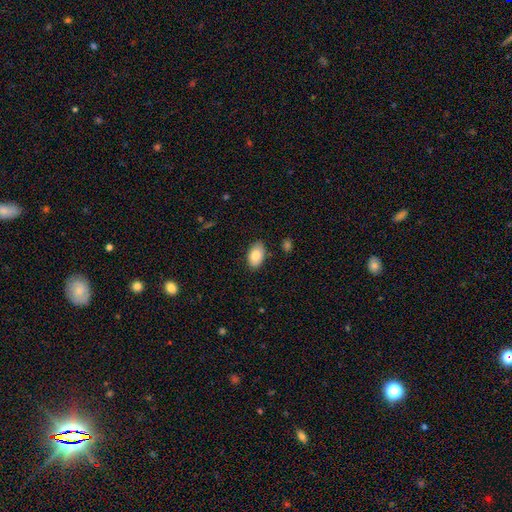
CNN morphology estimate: A smooth galaxy with no disk features (85%) that is in between round and cigar-shaped (93%).

Vote fractions:
- Smooth or featured? smooth: 85% / featured or disk: 9% / star or artifact: 6%
- How rounded? in between: 93% / round: 6% / cigar-shaped: 1%
- Merging? none: 82% / minor disturbance: 14% / major disturbance: 3% / merger: 2%